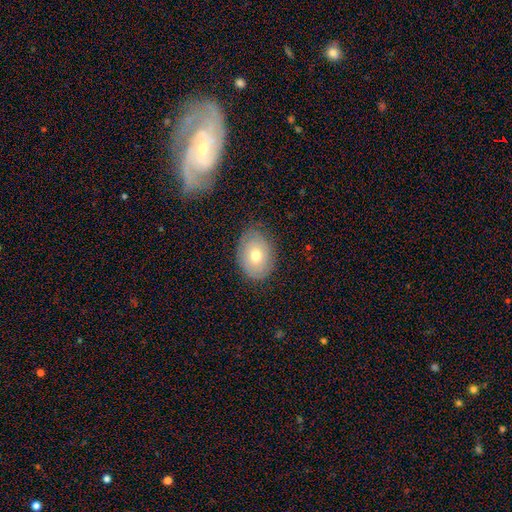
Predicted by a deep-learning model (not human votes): Morphology: type=smooth (58%); roundness=in between (71%); merging=none (81%).